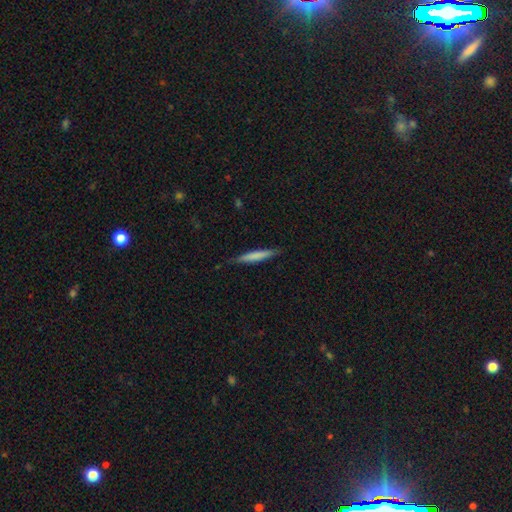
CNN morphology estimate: Smooth or featured?
  - smooth: 68% *
  - featured or disk: 26%
  - star or artifact: 5%
How rounded?
  - cigar-shaped: 93% *
  - in between: 5%
  - round: 1%
Merging?
  - none: 86% *
  - minor disturbance: 11%
  - major disturbance: 2%
  - merger: 1%